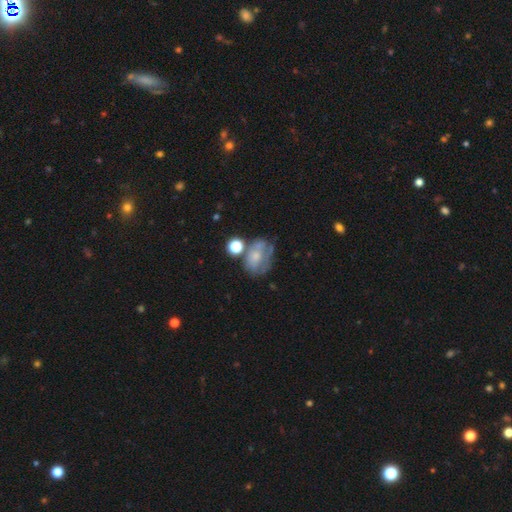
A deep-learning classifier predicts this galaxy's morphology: Q: Smooth or featured?
A: smooth (49%); runner-up: featured or disk (39%)
Q: Merging?
A: none (37%); runner-up: minor disturbance (24%)